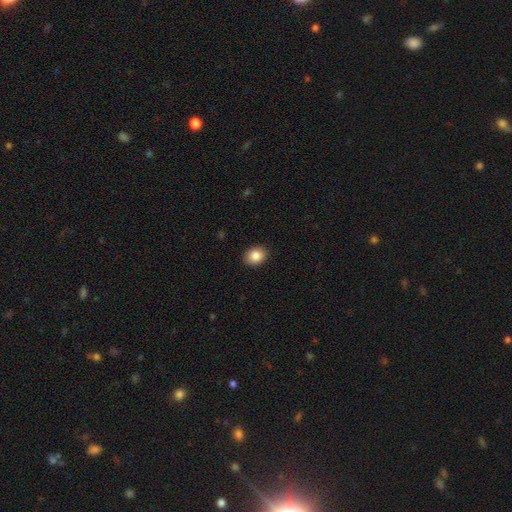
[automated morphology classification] The model was most divided on "how rounded": in between: 55%, round: 44%, cigar-shaped: 1%. More confident: merging — none (90%); smooth or featured — smooth (87%).